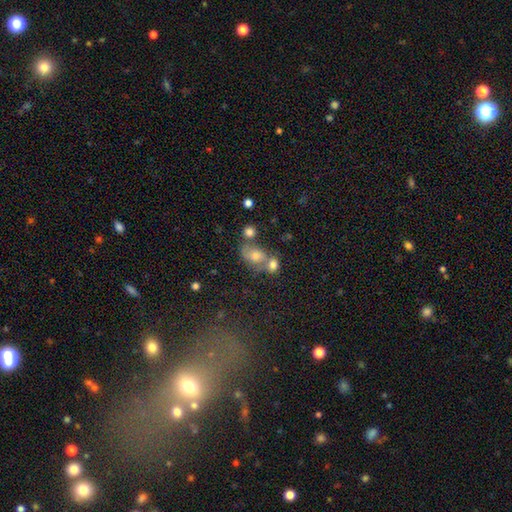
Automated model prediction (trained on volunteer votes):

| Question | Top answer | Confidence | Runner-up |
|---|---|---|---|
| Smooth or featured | smooth | 53% | featured or disk (28%) |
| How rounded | in between | 60% | round (37%) |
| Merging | merger | 41% | none (37%) |